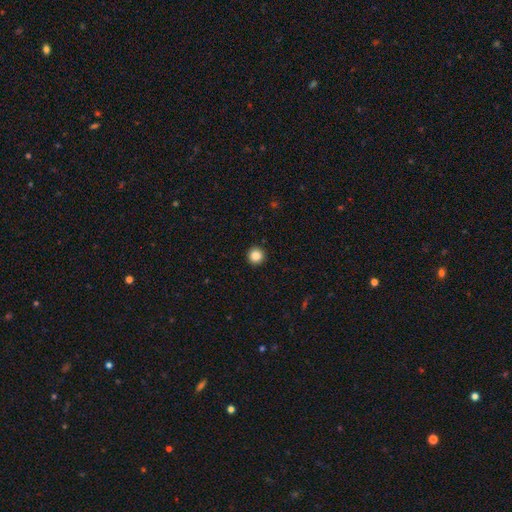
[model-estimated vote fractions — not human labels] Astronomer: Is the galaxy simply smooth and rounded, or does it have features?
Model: smooth — 87%.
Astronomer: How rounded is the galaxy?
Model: round — 96%.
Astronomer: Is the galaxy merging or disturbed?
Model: none — 93%.